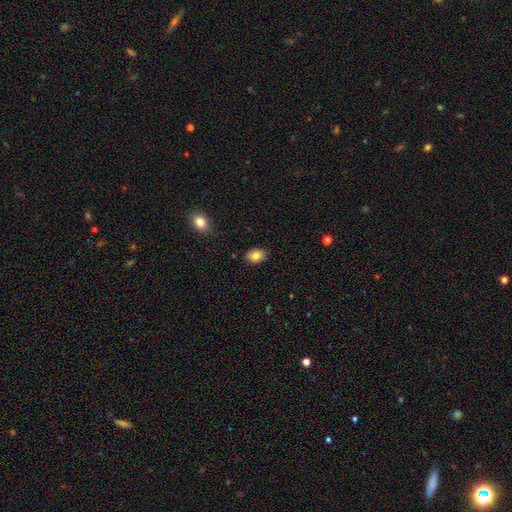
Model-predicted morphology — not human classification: type=smooth (82%); roundness=in between (75%); merging=none (86%).